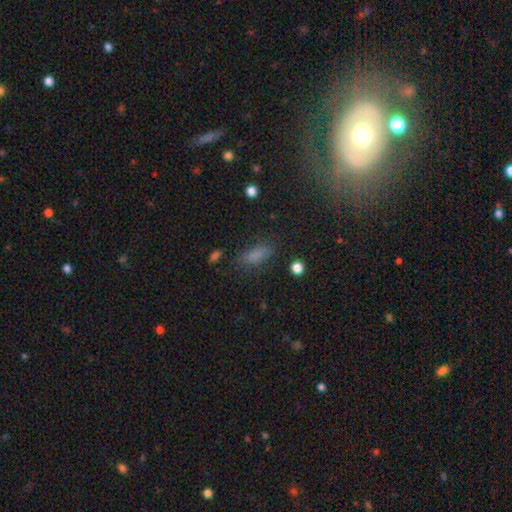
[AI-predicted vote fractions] Smooth or featured?
  - smooth: 78% *
  - star or artifact: 15%
  - featured or disk: 8%
How rounded?
  - in between: 65% *
  - cigar-shaped: 31%
  - round: 5%
Merging?
  - none: 76% *
  - minor disturbance: 16%
  - major disturbance: 5%
  - merger: 3%